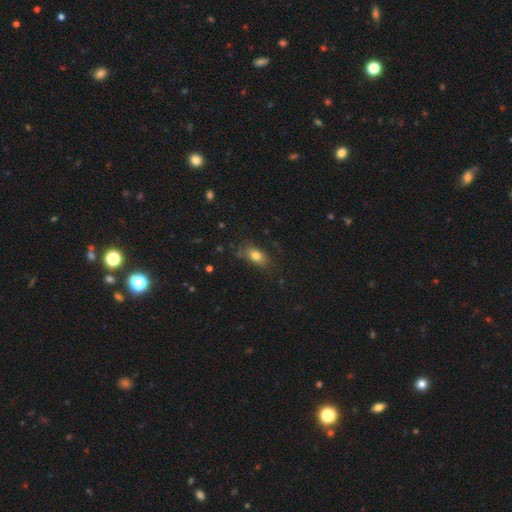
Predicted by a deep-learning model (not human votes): Smooth or featured?
  - smooth: 79% *
  - featured or disk: 11%
  - star or artifact: 10%
How rounded?
  - in between: 82% *
  - round: 11%
  - cigar-shaped: 6%
Merging?
  - none: 72% *
  - minor disturbance: 20%
  - major disturbance: 6%
  - merger: 2%